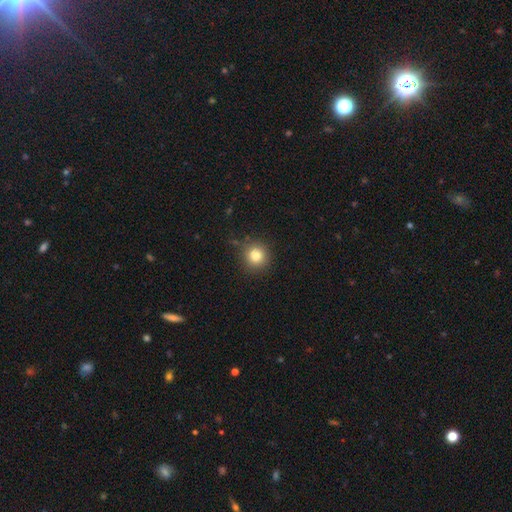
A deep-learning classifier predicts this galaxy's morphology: A smooth galaxy with no disk features (81%) that is round (93%). Merging: none (86%).